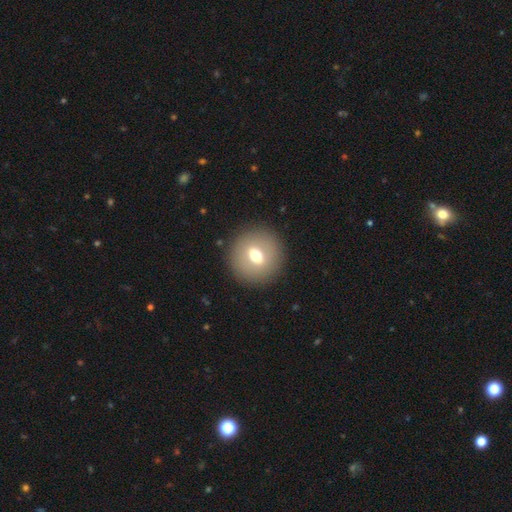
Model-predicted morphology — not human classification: Smooth or featured?
  - smooth: 60% *
  - featured or disk: 31%
  - star or artifact: 9%
How rounded?
  - round: 88% *
  - in between: 10%
  - cigar-shaped: 1%
Merging?
  - none: 89% *
  - minor disturbance: 7%
  - major disturbance: 3%
  - merger: 1%